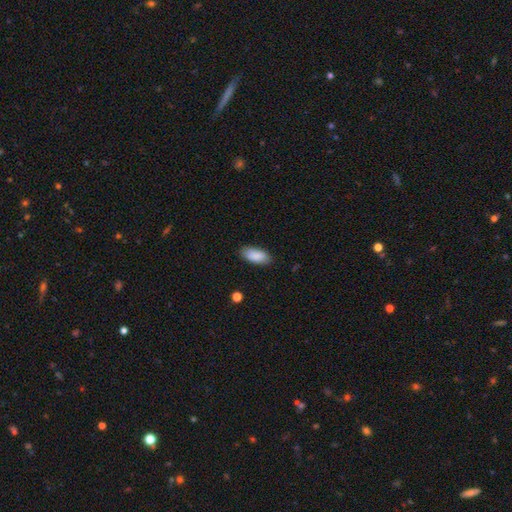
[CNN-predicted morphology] smooth 89%, star or artifact 6%, featured or disk 5%. Down the decision tree: how rounded — in between (88%); merging — none (84%).